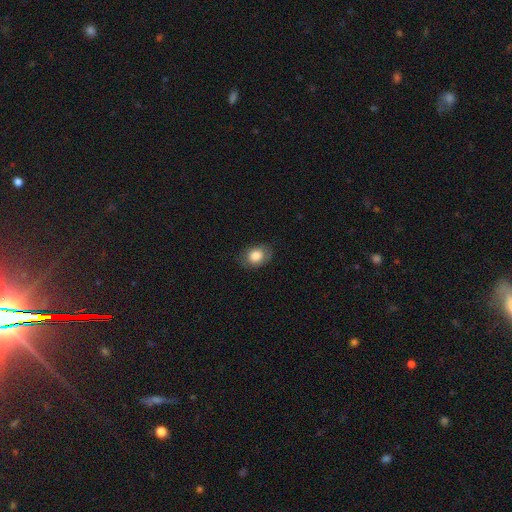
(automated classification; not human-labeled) smooth 83%, featured or disk 9%, star or artifact 8%. Down the decision tree: how rounded — in between (66%); merging — none (80%).